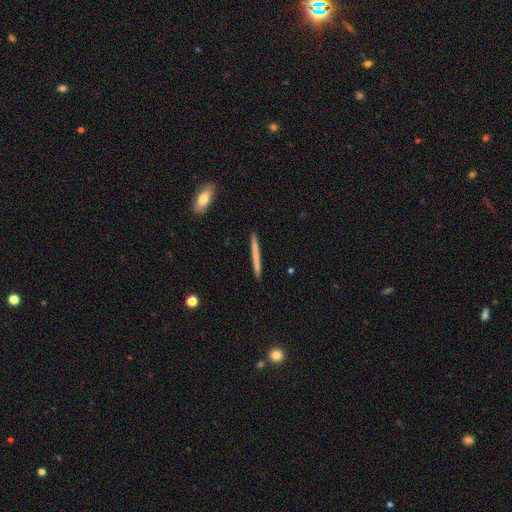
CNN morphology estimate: type=smooth (59%); roundness=cigar-shaped (97%); merging=none (92%).